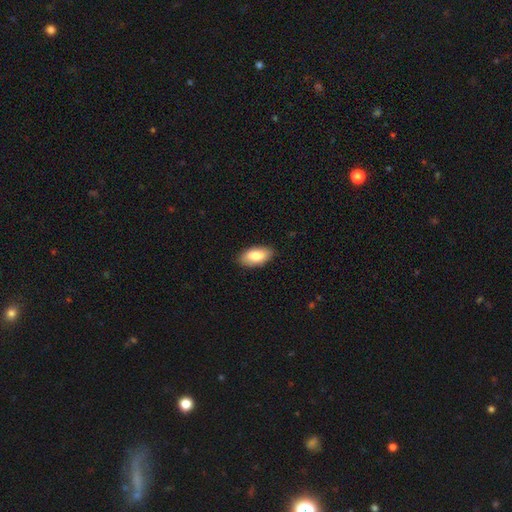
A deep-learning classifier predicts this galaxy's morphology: Overall: smooth (82%). How rounded: in between (93%). Merging: none (87%).